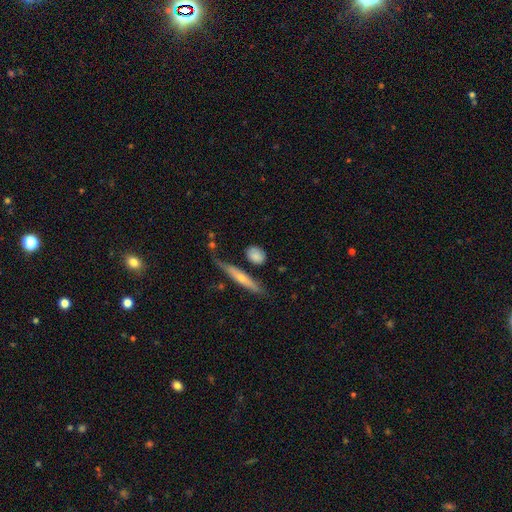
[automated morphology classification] smooth_or_featured: smooth (p=0.76) [alt: featured or disk p=0.17]
how_rounded: in between (p=0.46) [alt: round p=0.40]
merging: none (p=0.71) [alt: minor disturbance p=0.17]